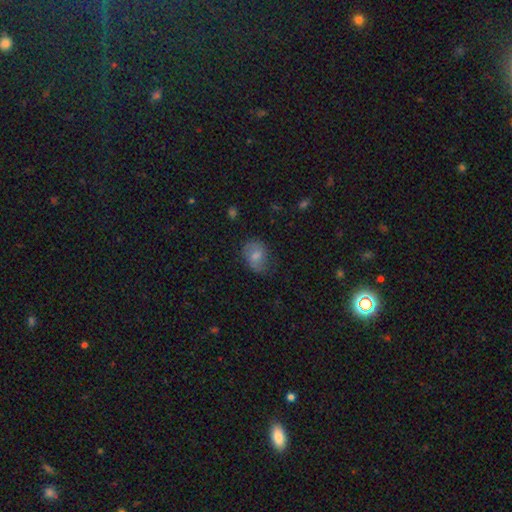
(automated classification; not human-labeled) A smooth galaxy with no disk features (66%) that is in between round and cigar-shaped (71%).

Vote fractions:
- Smooth or featured? smooth: 66% / featured or disk: 26% / star or artifact: 9%
- How rounded? in between: 71% / round: 28% / cigar-shaped: 1%
- Merging? none: 60% / minor disturbance: 28% / major disturbance: 10% / merger: 2%